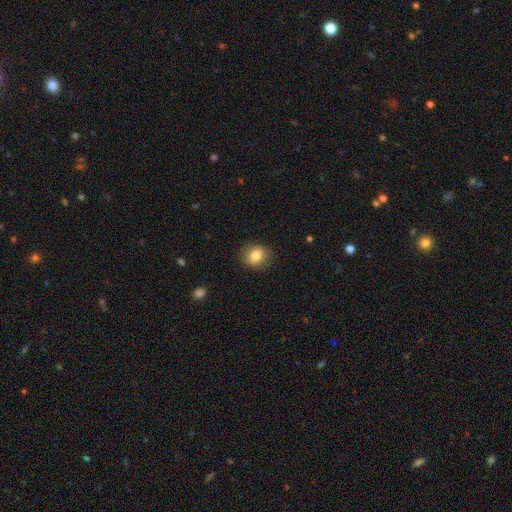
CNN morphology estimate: smooth 83%, star or artifact 9%, featured or disk 8%. Down the decision tree: how rounded — round (73%); merging — none (87%).